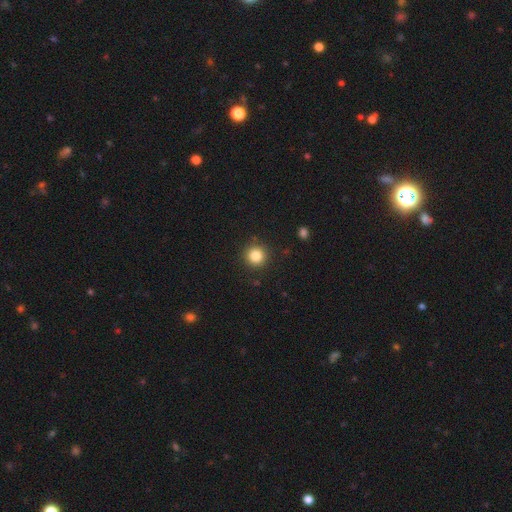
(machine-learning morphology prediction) Smooth or featured? Predicted: smooth (p=0.84). How rounded? Predicted: round (p=0.95). Merging? Predicted: none (p=0.90).